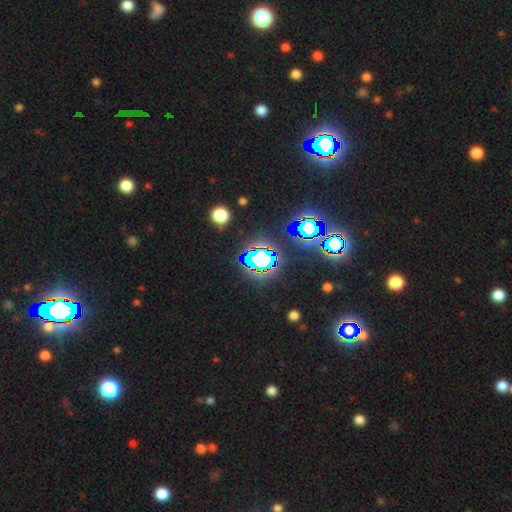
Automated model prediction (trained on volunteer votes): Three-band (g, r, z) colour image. It shows a star or artifact, not a galaxy (82%).